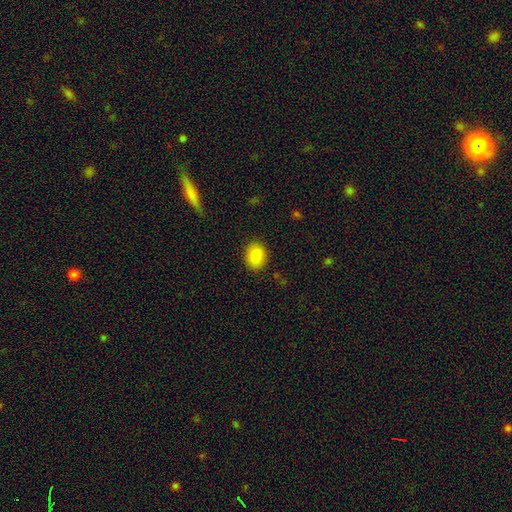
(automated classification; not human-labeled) Smooth or featured? smooth (89%)
How rounded? in between (57%)
Merging? none (87%)